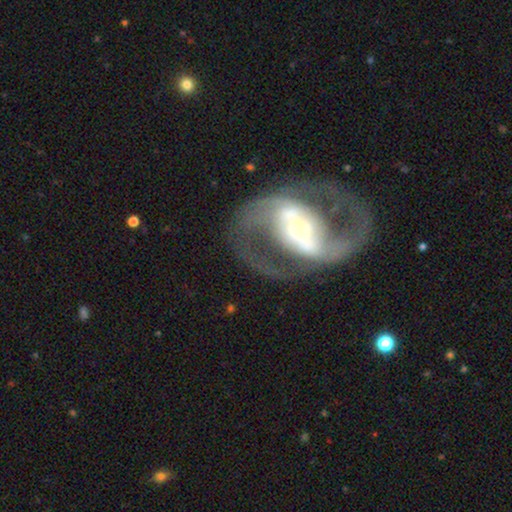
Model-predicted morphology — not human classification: This appears to be a featured or disk galaxy (88%) with a strong bar (44%), 2 (92%) medium (56%) spiral arms (91%) and a moderate central bulge (43%). Merging: none (71%).